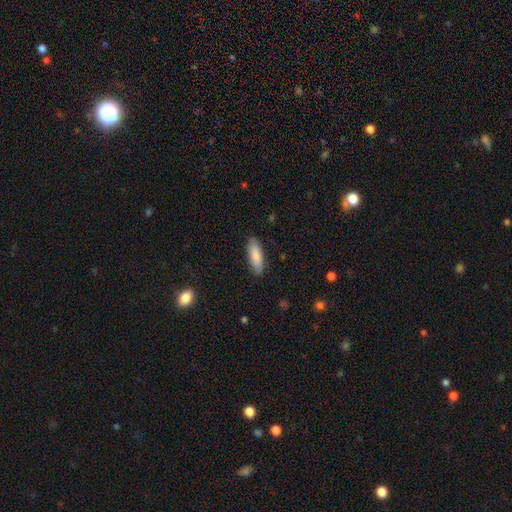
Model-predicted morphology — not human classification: A smooth galaxy with no disk features (85%) that is in between round and cigar-shaped (61%). Merging: none (87%).